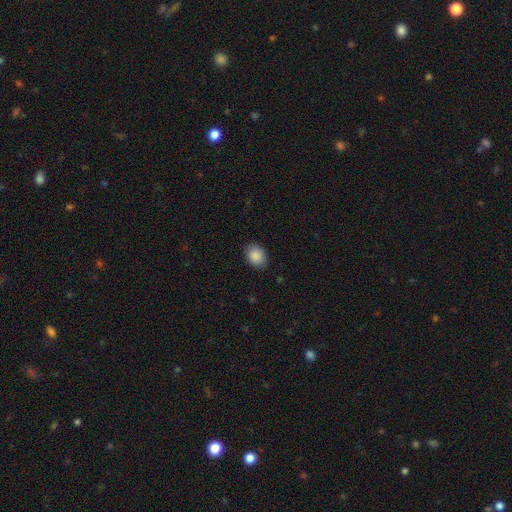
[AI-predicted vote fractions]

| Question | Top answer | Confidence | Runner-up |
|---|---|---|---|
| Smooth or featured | smooth | 89% | star or artifact (7%) |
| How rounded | in between | 66% | round (33%) |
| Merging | none | 85% | minor disturbance (12%) |